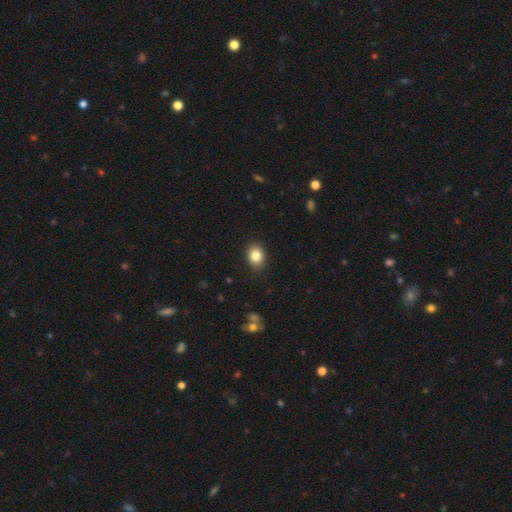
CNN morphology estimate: smooth_or_featured: smooth (p=0.84) [alt: star or artifact p=0.09]
how_rounded: in between (p=0.58) [alt: round p=0.41]
merging: none (p=0.87) [alt: minor disturbance p=0.10]